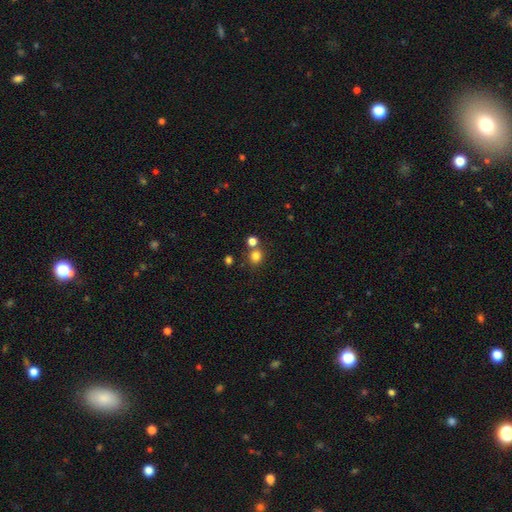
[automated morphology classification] Smooth or featured: smooth — 79% (star or artifact — 15%)
How rounded: round — 85% (in between — 14%)
Merging: none — 66% (merger — 23%)